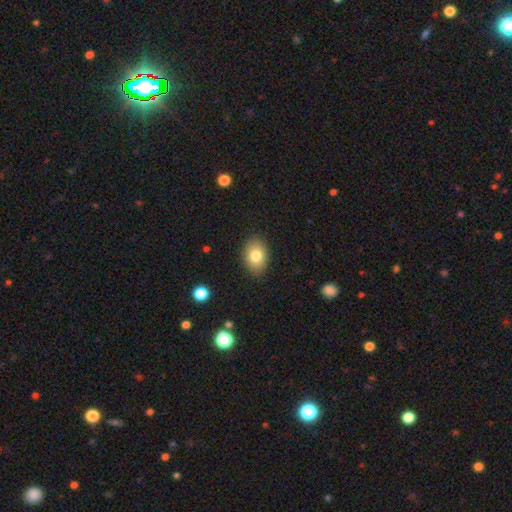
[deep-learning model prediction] Smooth or featured?
  - smooth: 81% *
  - featured or disk: 10%
  - star or artifact: 9%
How rounded?
  - in between: 75% *
  - round: 24%
  - cigar-shaped: 1%
Merging?
  - none: 87% *
  - minor disturbance: 10%
  - major disturbance: 2%
  - merger: 1%